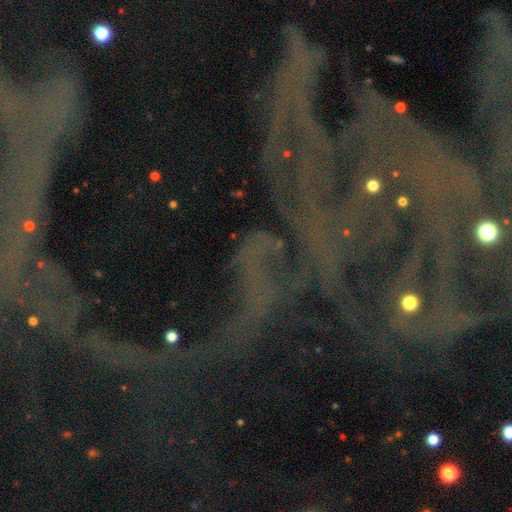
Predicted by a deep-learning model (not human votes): This appears to be a star or artifact, not a galaxy (74%).